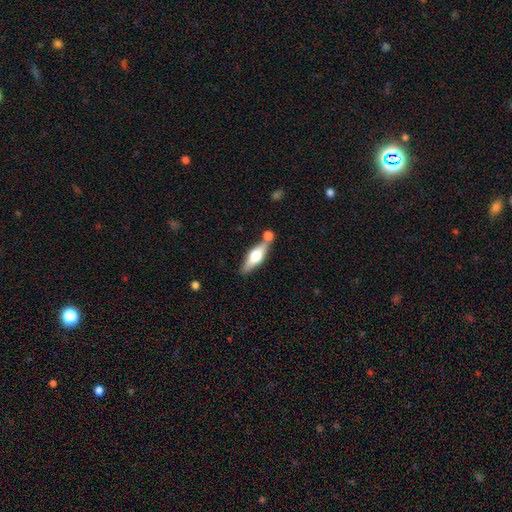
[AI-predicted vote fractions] The model was most divided on "smooth or featured": featured or disk: 51%, smooth: 43%, star or artifact: 6%. More confident: edge-on disk — yes (90%); merging — none (64%).